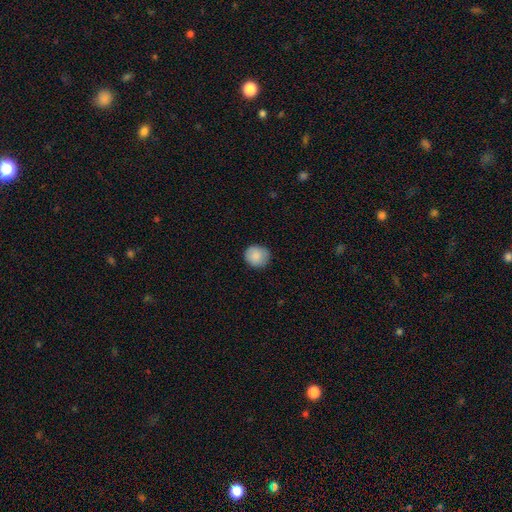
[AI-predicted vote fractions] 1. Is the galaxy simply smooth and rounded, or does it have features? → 88% smooth, 7% star or artifact, 5% featured or disk.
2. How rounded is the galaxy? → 88% round, 11% in between, 1% cigar-shaped.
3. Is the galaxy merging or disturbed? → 86% none, 11% minor disturbance, 2% major disturbance, 1% merger.